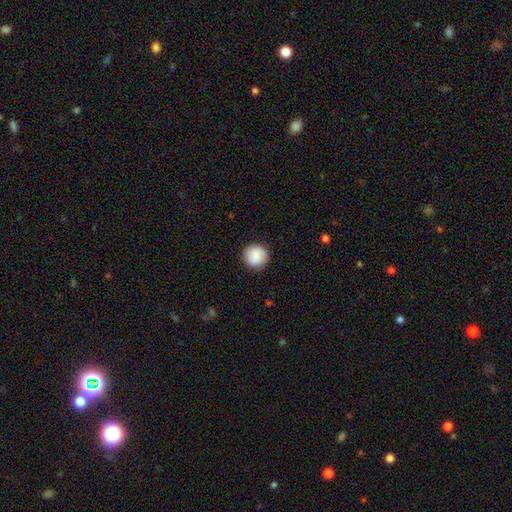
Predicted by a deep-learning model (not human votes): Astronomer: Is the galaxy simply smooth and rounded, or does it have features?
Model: smooth — 84%.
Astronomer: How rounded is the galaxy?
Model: round — 95%.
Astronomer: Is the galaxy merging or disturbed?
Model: none — 91%.